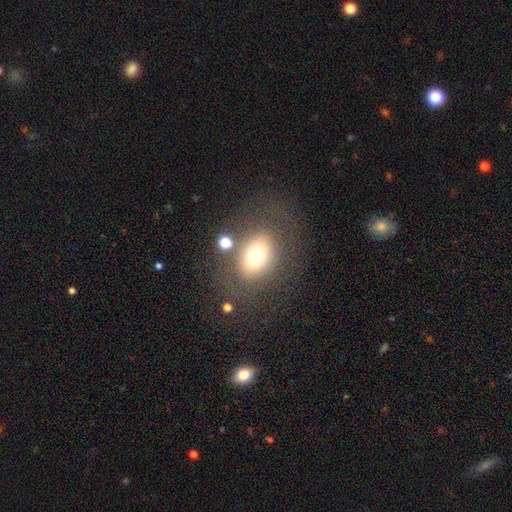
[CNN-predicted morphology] smooth 67%, featured or disk 21%, star or artifact 12%. Down the decision tree: how rounded — in between (74%); merging — none (67%).